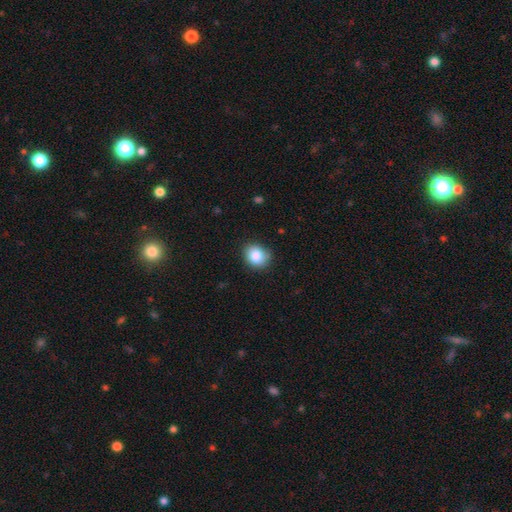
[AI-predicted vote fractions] Smooth or featured? smooth (85%)
How rounded? round (67%)
Merging? none (84%)